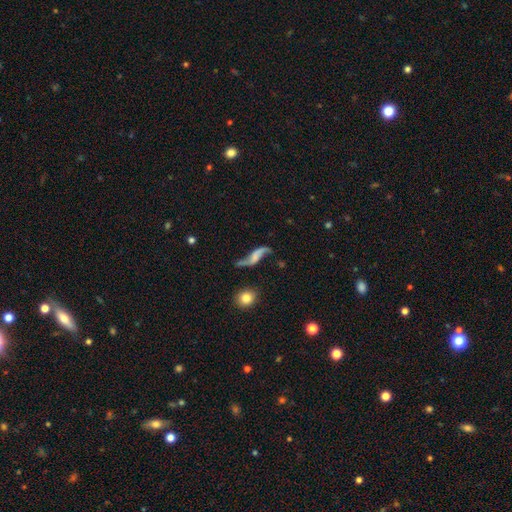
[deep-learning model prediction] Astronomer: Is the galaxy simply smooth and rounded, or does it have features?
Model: featured or disk — 79%.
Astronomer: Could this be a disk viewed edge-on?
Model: no — 90%.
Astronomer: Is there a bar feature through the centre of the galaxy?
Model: no — 51% (runner-up: weak, 33%).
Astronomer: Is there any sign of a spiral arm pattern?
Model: yes — 93%.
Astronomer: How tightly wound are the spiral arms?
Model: loose — 93%.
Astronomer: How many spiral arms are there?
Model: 2 — 92%.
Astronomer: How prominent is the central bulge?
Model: none — 55%.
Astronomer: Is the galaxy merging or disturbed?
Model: none — 60%.